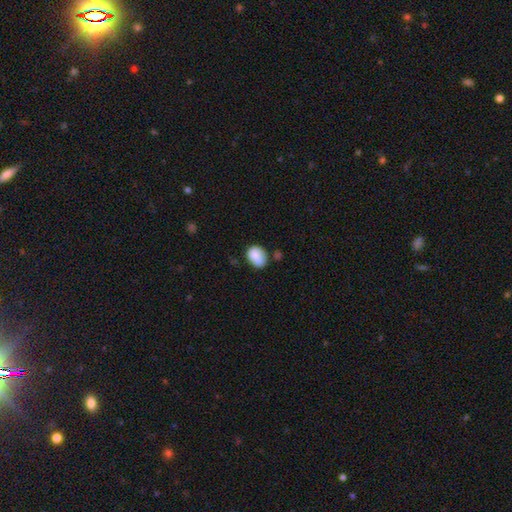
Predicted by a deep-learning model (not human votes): Smooth or featured? Predicted: smooth (p=0.85). How rounded? Predicted: in between (p=0.65). Merging? Predicted: none (p=0.60).